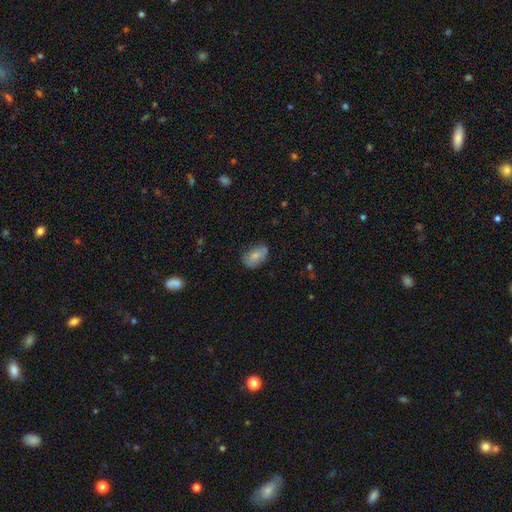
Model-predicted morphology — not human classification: smooth-or-featured: smooth: 76% | featured or disk: 17% | star or artifact: 7%
  how-rounded: in between: 90% | round: 8% | cigar-shaped: 2%
  merging: none: 72% | minor disturbance: 22% | major disturbance: 5% | merger: 1%